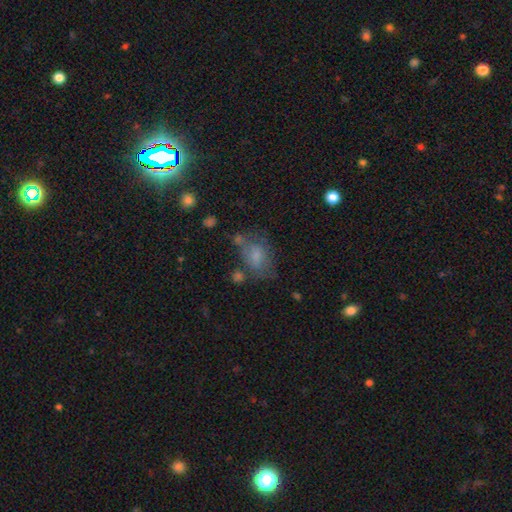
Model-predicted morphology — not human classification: Smooth or featured? smooth (63%)
How rounded? in between (78%)
Merging? none (45%)